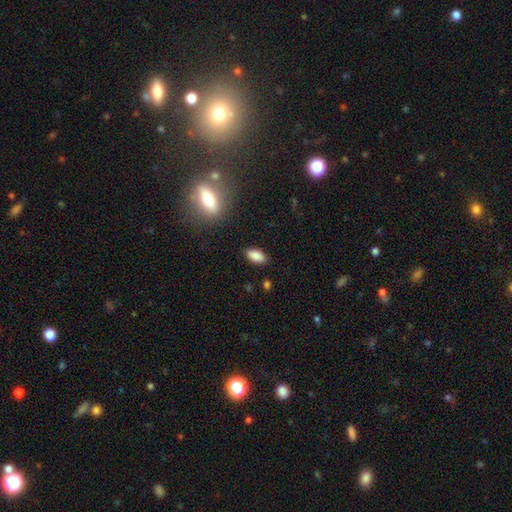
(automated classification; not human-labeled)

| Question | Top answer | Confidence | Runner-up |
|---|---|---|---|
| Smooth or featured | smooth | 87% | star or artifact (8%) |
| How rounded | in between | 92% | cigar-shaped (4%) |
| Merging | none | 86% | minor disturbance (10%) |